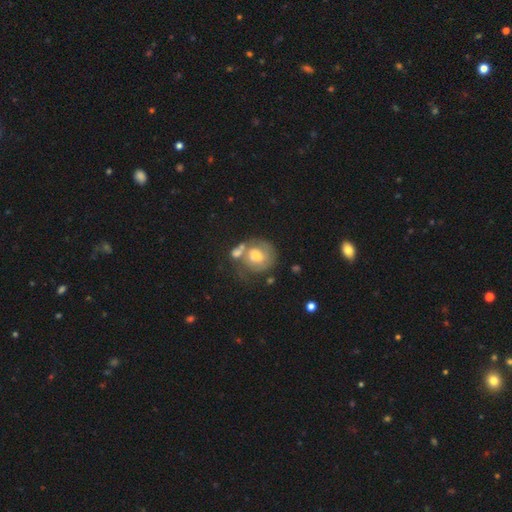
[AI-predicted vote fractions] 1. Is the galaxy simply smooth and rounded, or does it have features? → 48% smooth, 43% featured or disk, 9% star or artifact.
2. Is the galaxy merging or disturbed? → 43% none, 26% merger, 19% minor disturbance, 13% major disturbance.